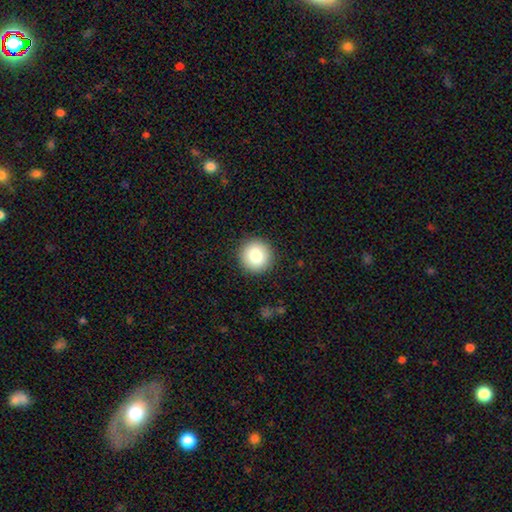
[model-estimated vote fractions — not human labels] Q: Smooth or featured?
A: smooth (82%); runner-up: star or artifact (9%)
Q: How rounded?
A: round (95%); runner-up: in between (4%)
Q: Merging?
A: none (92%); runner-up: minor disturbance (5%)